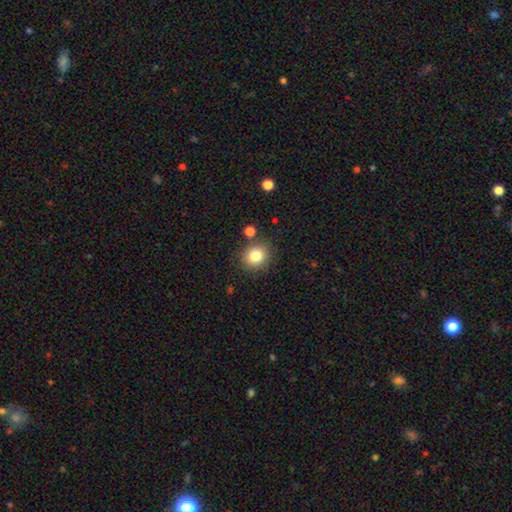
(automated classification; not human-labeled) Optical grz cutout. It shows a smooth galaxy with no disk features (81%) that is round (80%). Merging: none (83%).